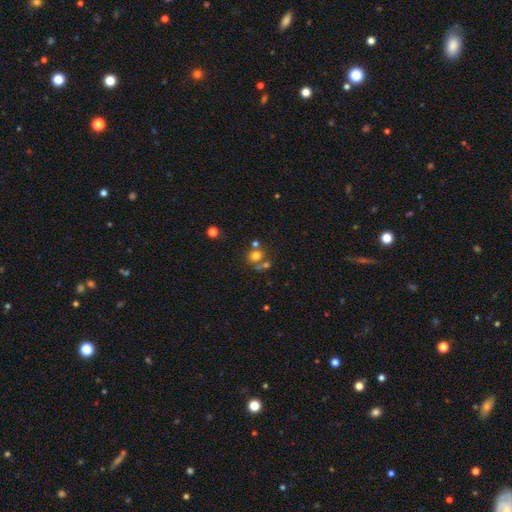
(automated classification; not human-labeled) Smooth or featured: smooth — 70% (star or artifact — 17%)
How rounded: round — 70% (in between — 29%)
Merging: none — 47% (merger — 37%)